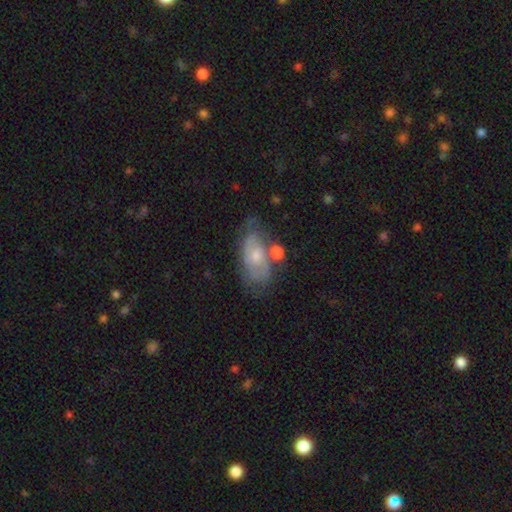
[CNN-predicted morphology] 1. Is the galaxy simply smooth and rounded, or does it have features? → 52% featured or disk, 40% smooth, 8% star or artifact.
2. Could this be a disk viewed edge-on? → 91% no, 9% yes.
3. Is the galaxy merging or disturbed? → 51% none, 25% minor disturbance, 13% merger, 11% major disturbance.